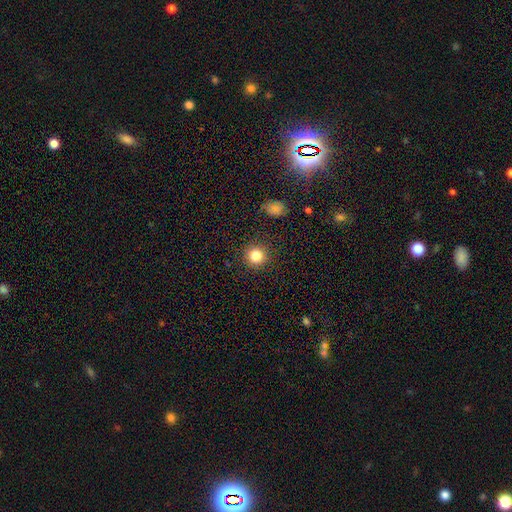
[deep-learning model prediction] Smooth or featured? Predicted: smooth (p=0.83). How rounded? Predicted: round (p=0.93). Merging? Predicted: none (p=0.89).